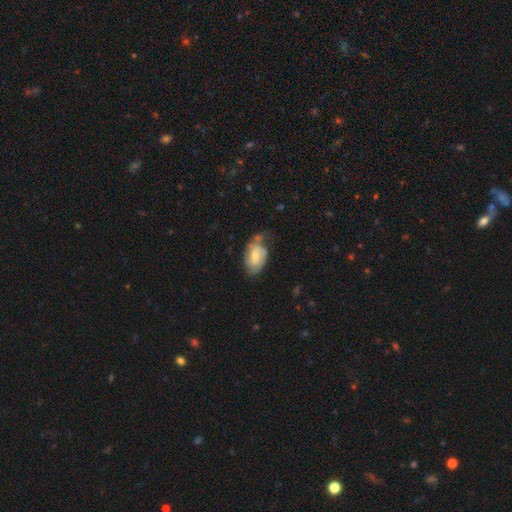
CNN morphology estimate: A smooth galaxy with no disk features (47%).

Vote fractions:
- Smooth or featured? smooth: 47% / featured or disk: 46% / star or artifact: 7%
- Merging? none: 43% / minor disturbance: 35% / major disturbance: 15% / merger: 7%